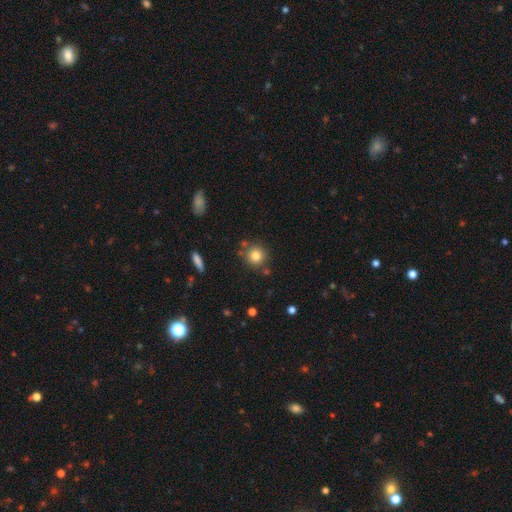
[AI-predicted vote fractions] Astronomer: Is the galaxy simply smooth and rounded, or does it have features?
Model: smooth — 81%.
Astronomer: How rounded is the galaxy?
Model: round — 91%.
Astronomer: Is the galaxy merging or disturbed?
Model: none — 78%.